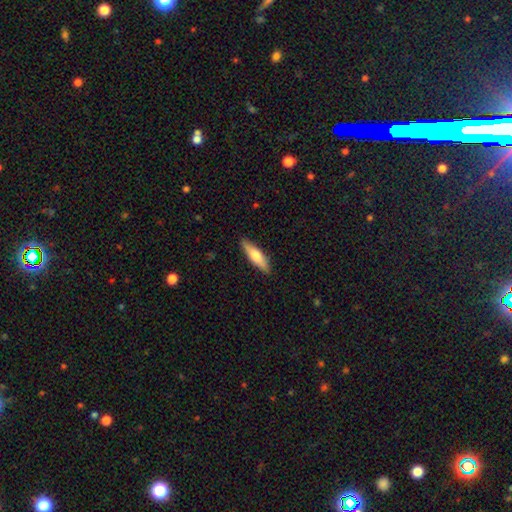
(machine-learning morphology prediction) smooth 64%, featured or disk 31%, star or artifact 6%. Down the decision tree: how rounded — cigar-shaped (65%); merging — none (88%).